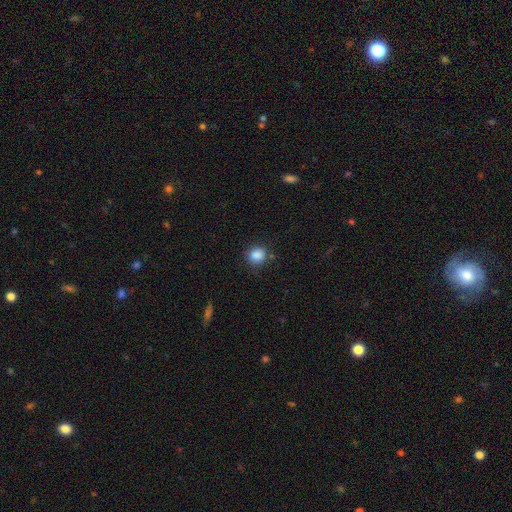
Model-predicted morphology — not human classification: smooth-or-featured: smooth: 87% | star or artifact: 10% | featured or disk: 4%
  how-rounded: round: 78% | in between: 21% | cigar-shaped: 1%
  merging: none: 81% | minor disturbance: 13% | major disturbance: 3% | merger: 2%